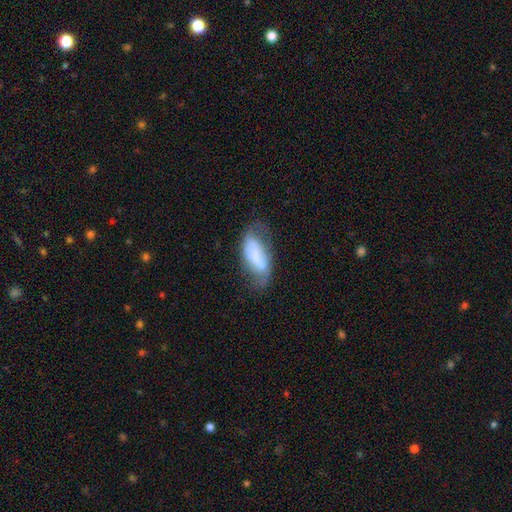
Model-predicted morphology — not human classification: Q: Smooth or featured?
A: smooth (49%); runner-up: featured or disk (42%)
Q: Merging?
A: none (37%); runner-up: minor disturbance (32%)